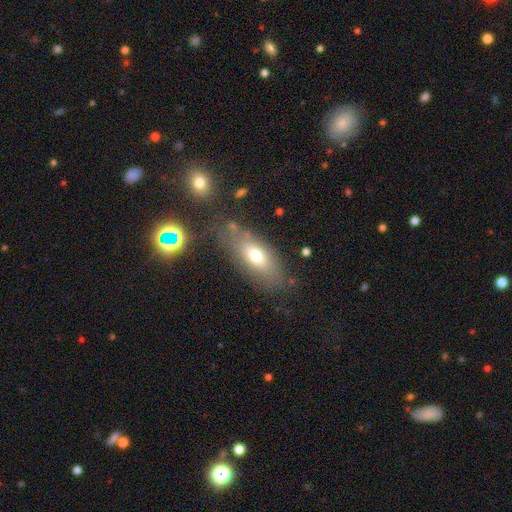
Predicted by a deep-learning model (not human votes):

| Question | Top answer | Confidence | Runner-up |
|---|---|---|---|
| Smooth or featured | smooth | 64% | featured or disk (26%) |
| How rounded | in between | 79% | cigar-shaped (15%) |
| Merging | none | 66% | minor disturbance (18%) |